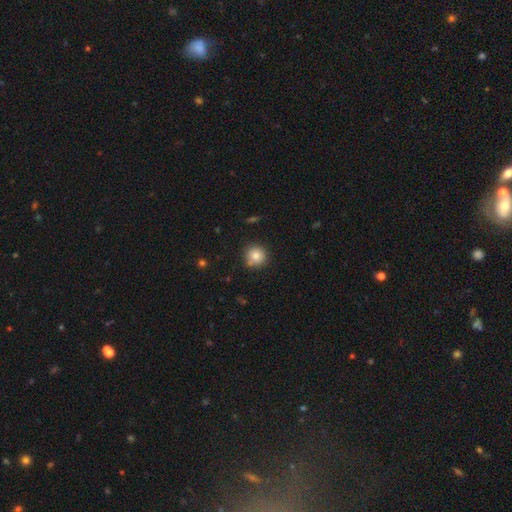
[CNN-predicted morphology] Q: Smooth or featured?
A: smooth (80%); runner-up: star or artifact (11%)
Q: How rounded?
A: round (94%); runner-up: in between (6%)
Q: Merging?
A: none (81%); runner-up: minor disturbance (11%)